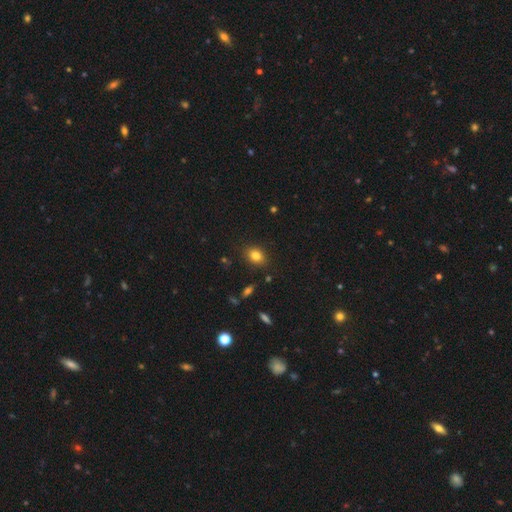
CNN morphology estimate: Smooth or featured? smooth (82%)
How rounded? in between (56%)
Merging? none (86%)